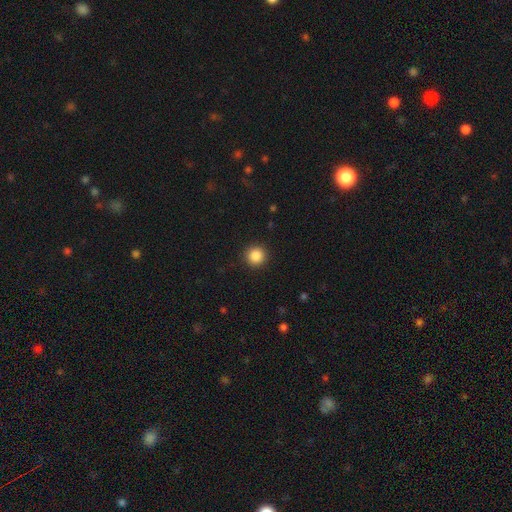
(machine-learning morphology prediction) smooth 87%, star or artifact 10%, featured or disk 3%. Down the decision tree: how rounded — round (95%); merging — none (92%).